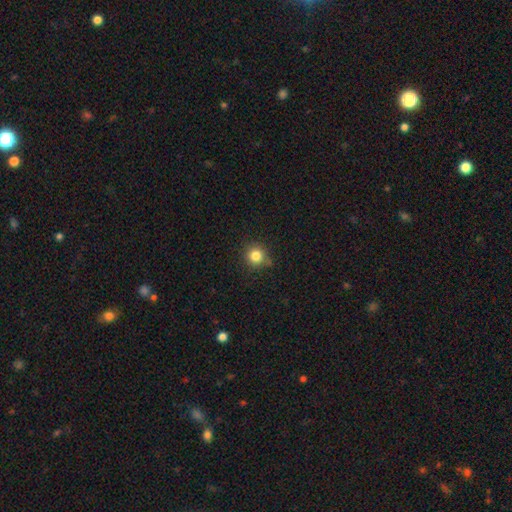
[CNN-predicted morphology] This is clearly a smooth galaxy (83%). How rounded: clearly round (93%). Merging: clearly none (83%).